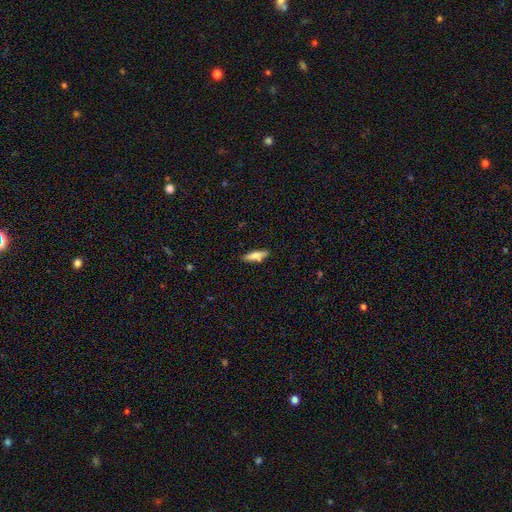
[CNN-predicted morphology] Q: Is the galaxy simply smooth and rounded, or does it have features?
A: smooth — 75%.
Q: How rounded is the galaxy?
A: cigar-shaped — 61%.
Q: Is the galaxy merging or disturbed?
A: none — 81%.